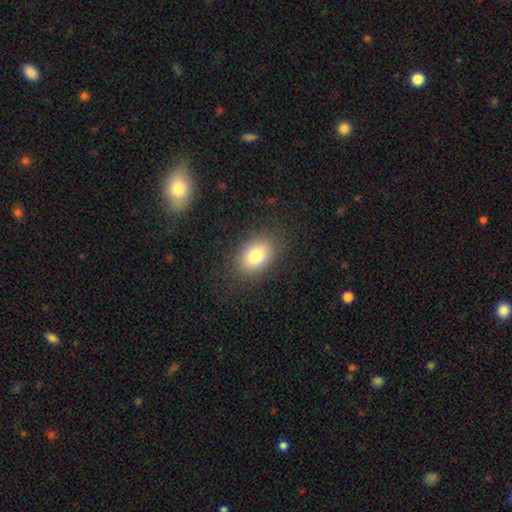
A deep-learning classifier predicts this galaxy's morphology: This is clearly a smooth galaxy (81%). How rounded: likely in between (78%). Merging: clearly none (85%).